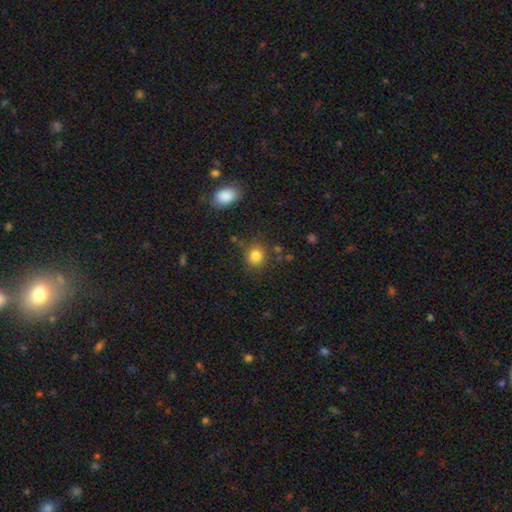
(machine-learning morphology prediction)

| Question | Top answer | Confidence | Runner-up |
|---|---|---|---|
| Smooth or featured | smooth | 82% | star or artifact (12%) |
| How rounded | round | 75% | in between (24%) |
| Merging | none | 81% | minor disturbance (11%) |